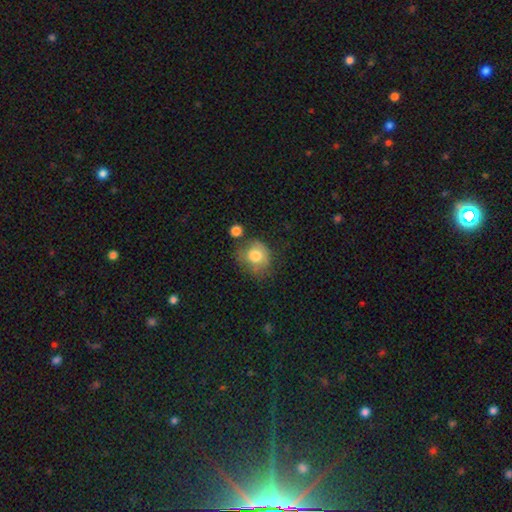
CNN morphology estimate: Overall: smooth (74%). How rounded: round (68%; in between 31%). Merging: none (50%; minor disturbance 27%).